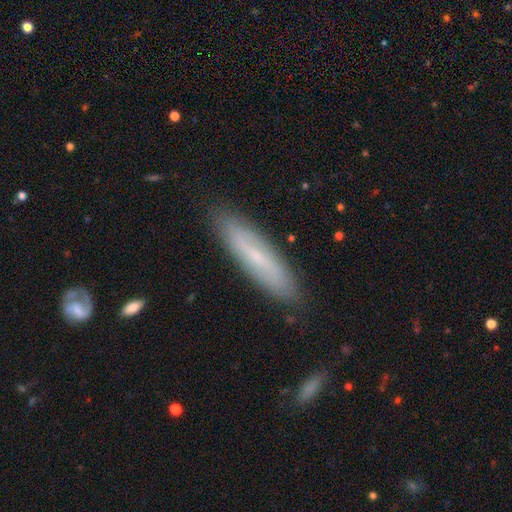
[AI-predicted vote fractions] Smooth or featured? smooth (49%)
Merging? none (87%)